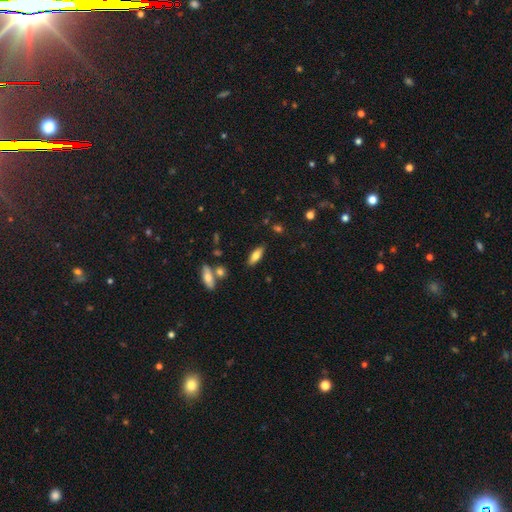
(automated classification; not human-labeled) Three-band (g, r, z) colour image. It shows a smooth galaxy with no disk features (73%) that is in between round and cigar-shaped (70%). Merging: none (84%).